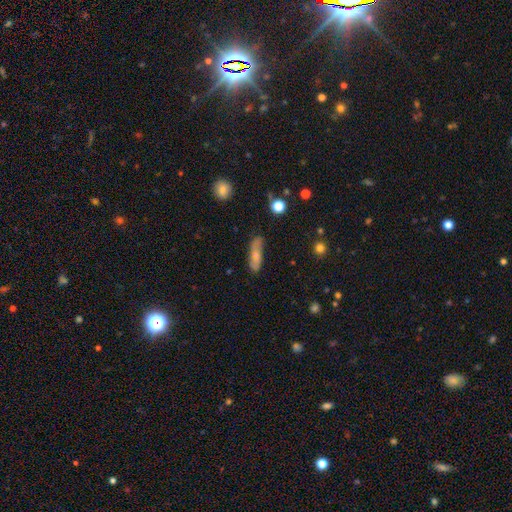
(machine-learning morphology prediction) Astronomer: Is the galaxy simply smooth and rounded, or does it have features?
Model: smooth — 62%.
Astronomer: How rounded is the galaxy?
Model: cigar-shaped — 59% (runner-up: in between, 37%).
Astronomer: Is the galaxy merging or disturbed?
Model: none — 69%.